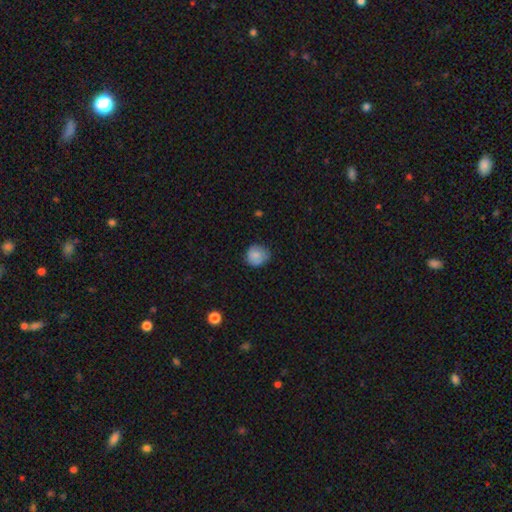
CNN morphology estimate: Q: Smooth or featured?
A: smooth (82%); runner-up: featured or disk (9%)
Q: How rounded?
A: round (83%); runner-up: in between (16%)
Q: Merging?
A: none (74%); runner-up: minor disturbance (20%)